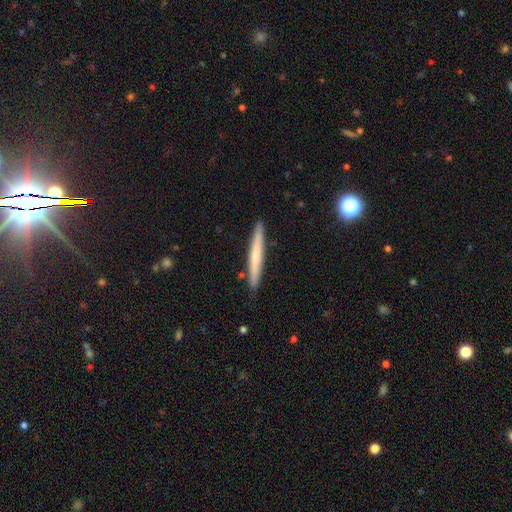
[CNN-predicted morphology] smooth 52%, featured or disk 42%, star or artifact 6%. Down the decision tree: how rounded — cigar-shaped (96%); merging — none (89%).